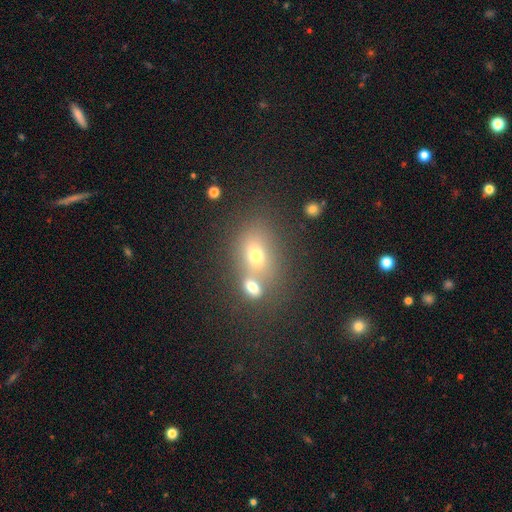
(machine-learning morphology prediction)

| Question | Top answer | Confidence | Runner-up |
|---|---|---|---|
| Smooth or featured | smooth | 63% | featured or disk (19%) |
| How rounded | in between | 58% | round (40%) |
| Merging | merger | 44% | none (41%) |